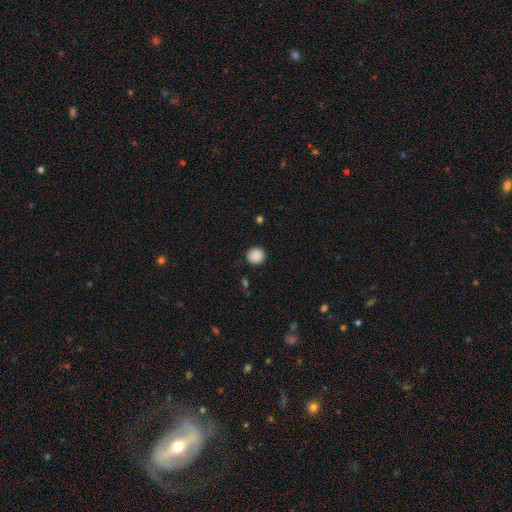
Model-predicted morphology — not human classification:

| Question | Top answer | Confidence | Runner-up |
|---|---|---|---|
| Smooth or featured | smooth | 89% | star or artifact (9%) |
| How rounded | round | 91% | in between (8%) |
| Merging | none | 90% | minor disturbance (7%) |